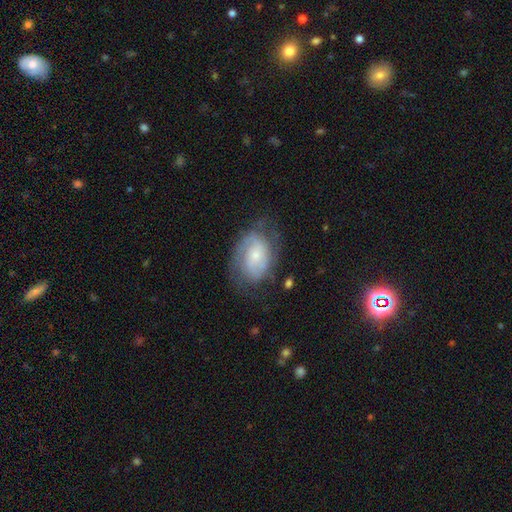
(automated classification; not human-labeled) Smooth or featured?
  - featured or disk: 65% *
  - smooth: 28%
  - star or artifact: 7%
Edge-on disk?
  - no: 97% *
  - yes: 3%
Bar?
  - no: 65% *
  - weak: 29%
  - strong: 5%
Spiral arms?
  - yes: 86% *
  - no: 14%
Spiral winding?
  - tight: 43% *
  - medium: 40%
  - loose: 18%
Spiral arm count?
  - 2: 49% *
  - can't tell: 31%
  - 3: 8%
  - 1: 7%
  - 4: 3%
  - more than 4: 2%
Bulge size?
  - small: 63% *
  - moderate: 28%
  - none: 4%
  - large: 3%
  - dominant: 1%
Merging?
  - none: 59% *
  - minor disturbance: 24%
  - major disturbance: 14%
  - merger: 2%